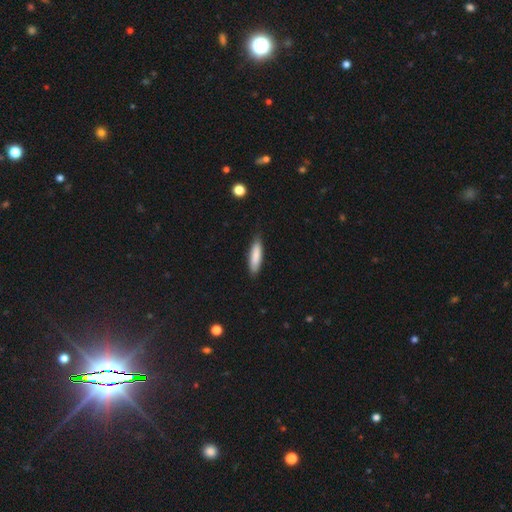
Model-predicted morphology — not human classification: Q: Smooth or featured?
A: smooth (84%); runner-up: featured or disk (10%)
Q: How rounded?
A: cigar-shaped (65%); runner-up: in between (34%)
Q: Merging?
A: none (83%); runner-up: minor disturbance (14%)